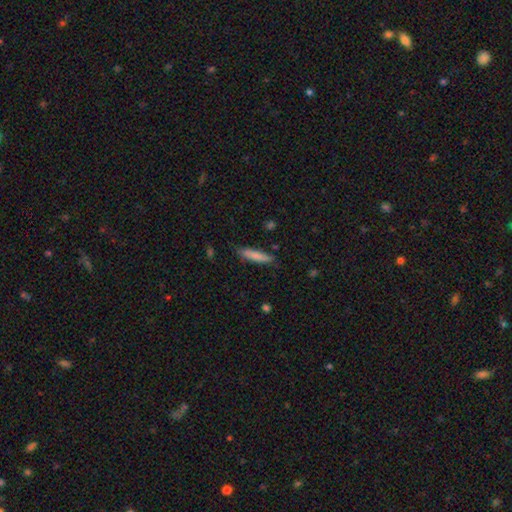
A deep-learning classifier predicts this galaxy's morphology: Smooth or featured? smooth (81%)
How rounded? cigar-shaped (86%)
Merging? none (82%)